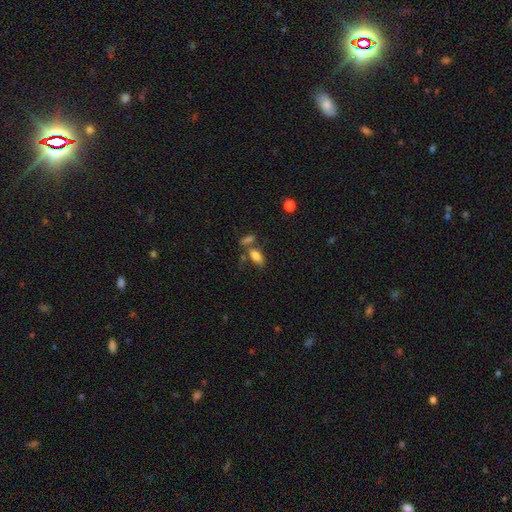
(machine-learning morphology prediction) This appears to be a smooth galaxy with no disk features (78%) that is in between round and cigar-shaped (83%). Merging: none (56%).